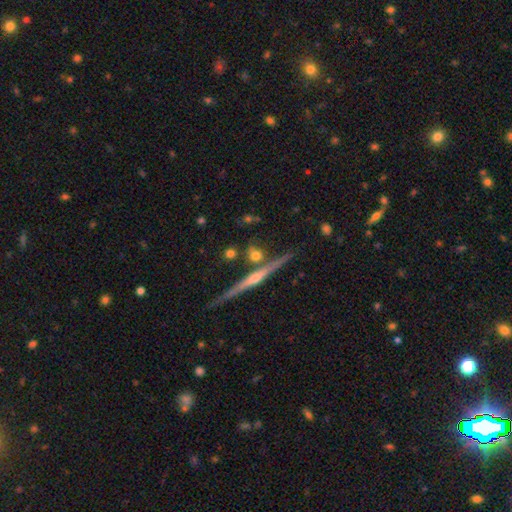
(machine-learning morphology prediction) This is possibly a smooth galaxy (48%). Merging: likely none (71%).